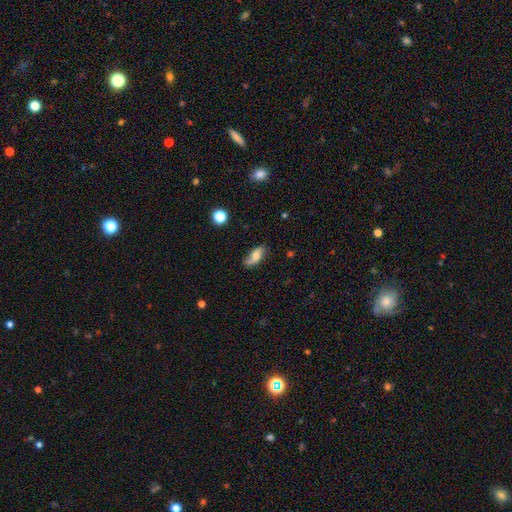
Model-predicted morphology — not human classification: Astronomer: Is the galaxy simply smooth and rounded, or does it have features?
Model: smooth — 49% (runner-up: featured or disk, 42%).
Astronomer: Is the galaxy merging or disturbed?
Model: none — 70%.